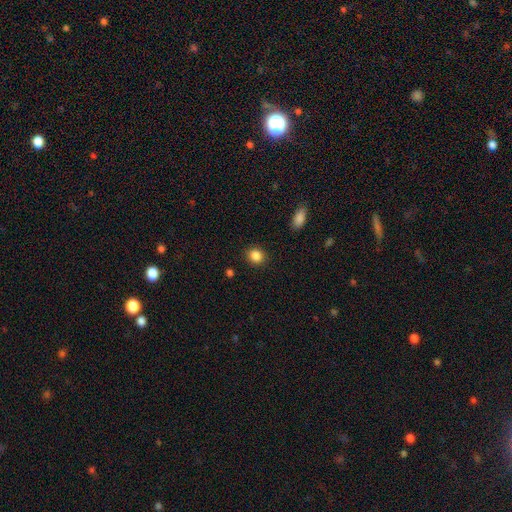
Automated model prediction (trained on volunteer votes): Smooth or featured: smooth — 86% (star or artifact — 10%)
How rounded: round — 78% (in between — 21%)
Merging: none — 89% (minor disturbance — 7%)